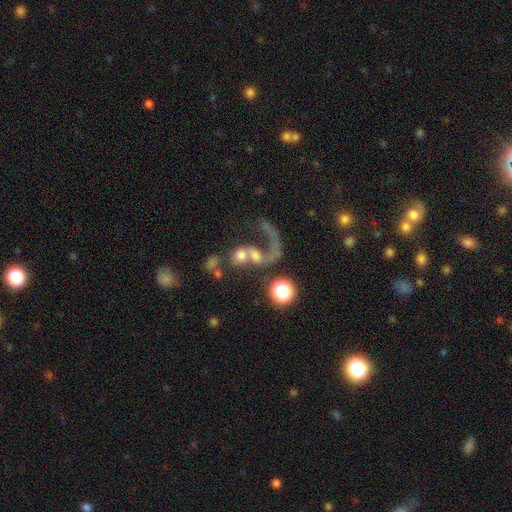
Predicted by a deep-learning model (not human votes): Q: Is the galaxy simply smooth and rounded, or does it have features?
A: featured or disk — 47%.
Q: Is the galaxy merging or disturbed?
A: merger — 54%.